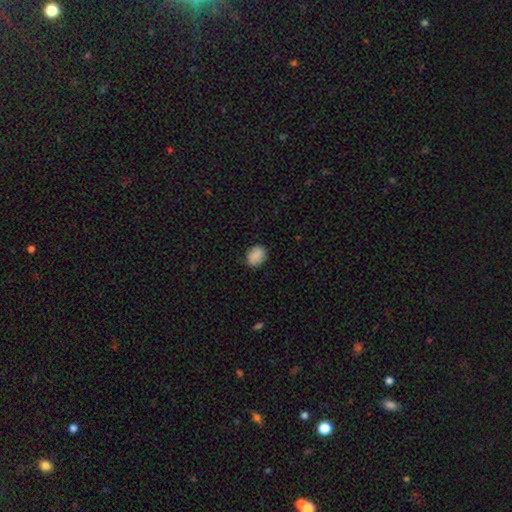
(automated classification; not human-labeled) Smooth or featured?
  - smooth: 87% *
  - star or artifact: 7%
  - featured or disk: 5%
How rounded?
  - in between: 51% *
  - round: 48%
  - cigar-shaped: 1%
Merging?
  - none: 86% *
  - minor disturbance: 10%
  - major disturbance: 2%
  - merger: 1%